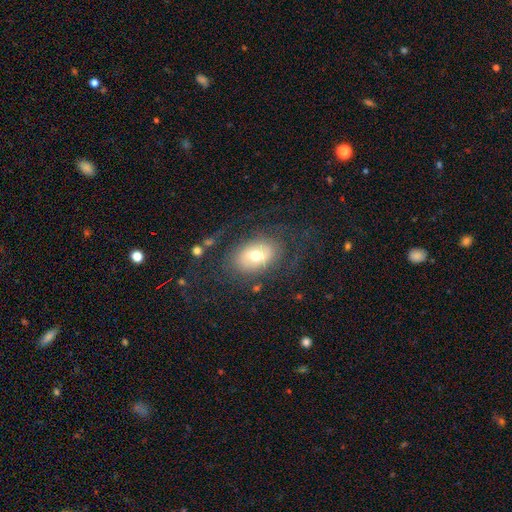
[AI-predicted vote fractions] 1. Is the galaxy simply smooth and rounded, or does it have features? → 49% smooth, 42% featured or disk, 9% star or artifact.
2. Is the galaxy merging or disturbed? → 67% none, 16% major disturbance, 15% minor disturbance, 2% merger.